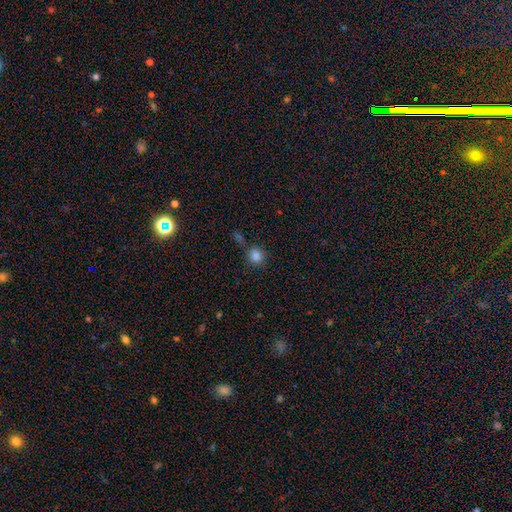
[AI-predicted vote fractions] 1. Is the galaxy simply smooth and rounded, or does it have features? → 82% smooth, 13% star or artifact, 4% featured or disk.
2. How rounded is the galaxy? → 88% round, 11% in between, 1% cigar-shaped.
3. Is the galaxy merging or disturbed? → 72% none, 13% minor disturbance, 11% merger, 5% major disturbance.